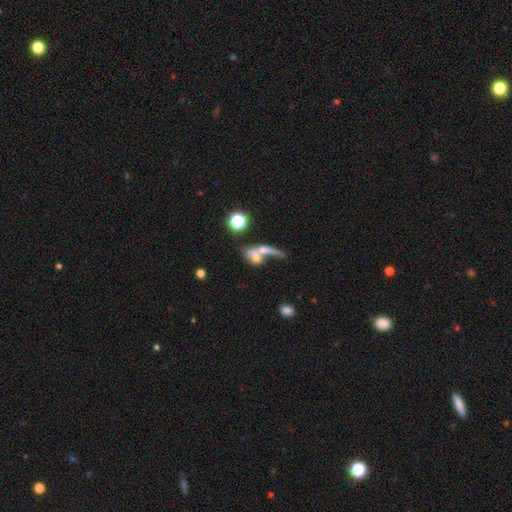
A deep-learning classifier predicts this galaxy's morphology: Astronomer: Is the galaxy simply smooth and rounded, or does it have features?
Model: smooth — 54% (runner-up: featured or disk, 32%).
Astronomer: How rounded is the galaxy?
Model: in between — 48% (runner-up: round, 26%).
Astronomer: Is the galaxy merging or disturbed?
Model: merger — 57%.